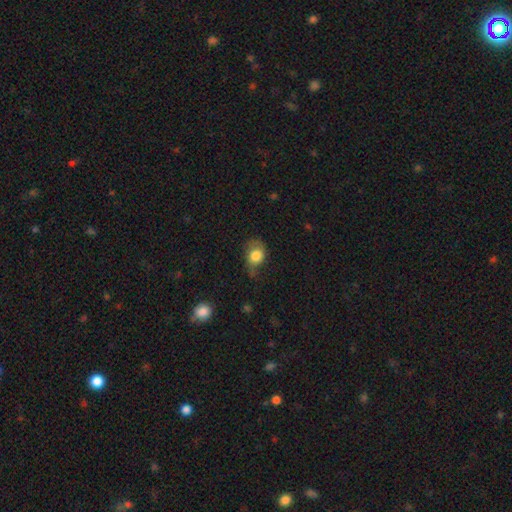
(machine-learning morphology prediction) Smooth or featured?
  - smooth: 77% *
  - featured or disk: 14%
  - star or artifact: 8%
How rounded?
  - in between: 57% *
  - round: 41%
  - cigar-shaped: 1%
Merging?
  - none: 41% *
  - minor disturbance: 37%
  - major disturbance: 19%
  - merger: 3%